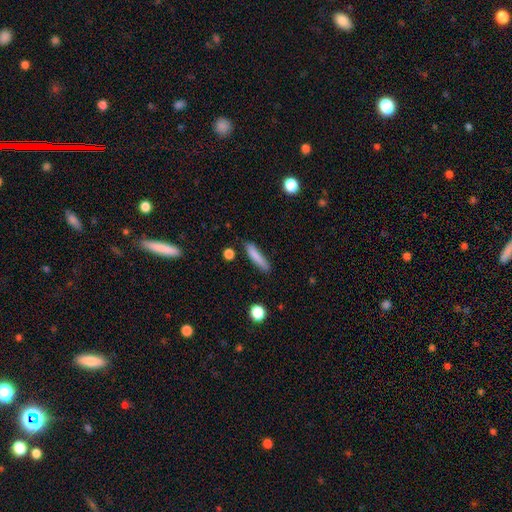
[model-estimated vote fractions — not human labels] Morphology: type=smooth (82%); roundness=cigar-shaped (86%); merging=none (80%).